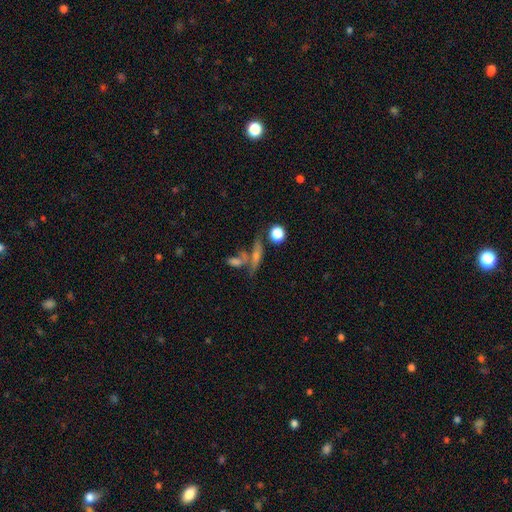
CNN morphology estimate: smooth-or-featured: featured or disk: 39% | smooth: 35% | star or artifact: 26%
  merging: none: 47% | merger: 32% | minor disturbance: 11% | major disturbance: 10%